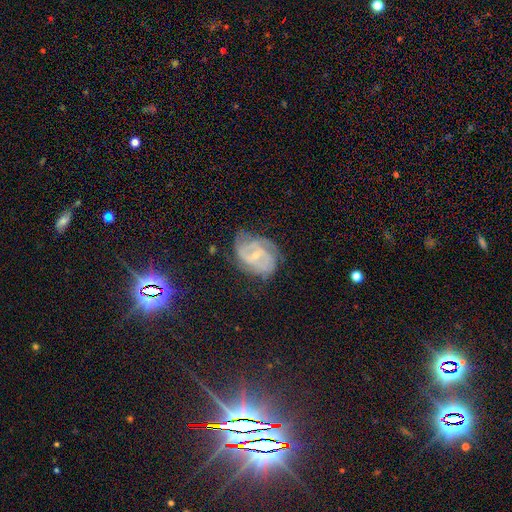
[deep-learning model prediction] A featured or disk galaxy (77%) with a weak bar (50%), 2 (37%) tight (48%) spiral arms (91%) and a small central bulge (68%).

Vote fractions:
- Smooth or featured? featured or disk: 77% / smooth: 13% / star or artifact: 10%
- Edge-on disk? no: 97% / yes: 3%
- Bar? weak: 50% / no: 33% / strong: 16%
- Spiral arms? yes: 91% / no: 9%
- Spiral winding? tight: 48% / medium: 40% / loose: 12%
- Spiral arm count? 2: 37% / can't tell: 28% / 3: 21% / 4: 5% / 1: 5% / more than 4: 4%
- Bulge size? small: 68% / moderate: 26% / none: 4% / large: 1% / dominant: 1%
- Merging? none: 57% / minor disturbance: 27% / major disturbance: 14% / merger: 2%